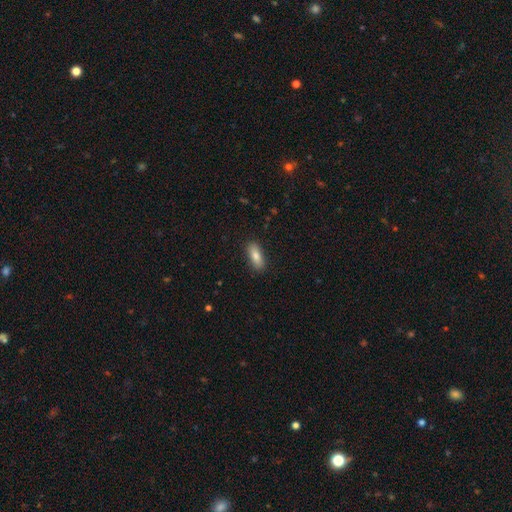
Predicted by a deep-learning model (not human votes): A smooth galaxy with no disk features (83%) that is in between round and cigar-shaped (73%). Merging: none (87%).